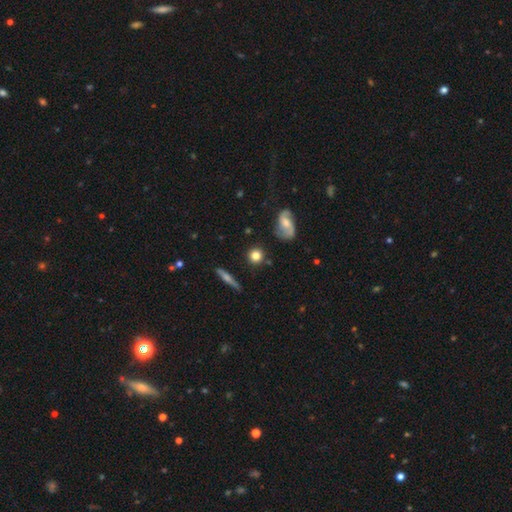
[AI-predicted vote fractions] smooth 78%, featured or disk 13%, star or artifact 9%. Down the decision tree: how rounded — round (89%); merging — none (83%).